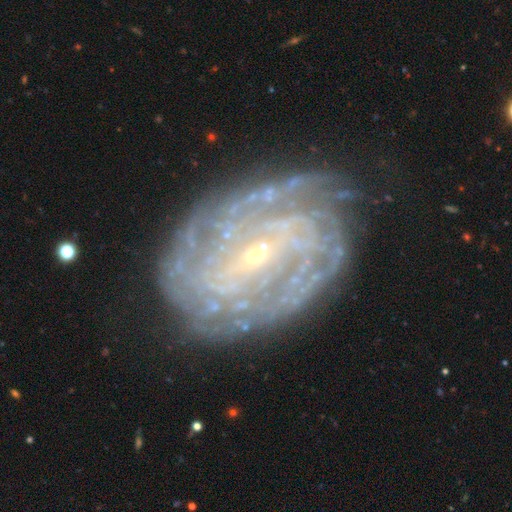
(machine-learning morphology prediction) Smooth or featured: featured or disk — 86% (smooth — 7%)
Edge-on disk: no — 96% (yes — 4%)
Bar: weak — 44% (no — 35%)
Spiral arms: yes — 93% (no — 7%)
Spiral winding: tight — 78% (medium — 18%)
Spiral arm count: can't tell — 40% (more than 4 — 16%)
Bulge size: small — 84% (moderate — 13%)
Merging: none — 74% (minor disturbance — 17%)